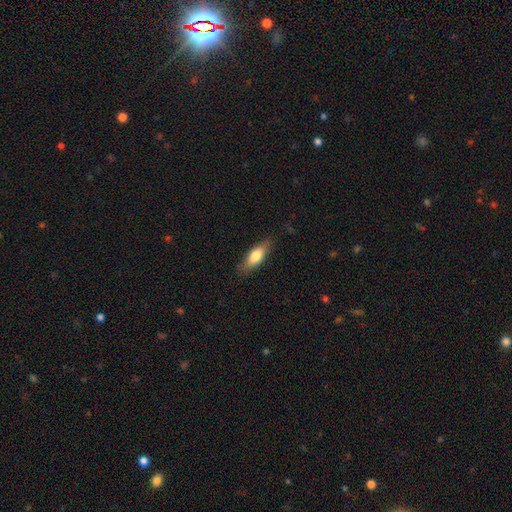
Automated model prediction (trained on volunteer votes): A smooth galaxy with no disk features (69%) that is in between round and cigar-shaped (64%).

Vote fractions:
- Smooth or featured? smooth: 69% / featured or disk: 25% / star or artifact: 6%
- How rounded? in between: 64% / cigar-shaped: 34% / round: 3%
- Merging? none: 80% / minor disturbance: 15% / major disturbance: 3% / merger: 1%